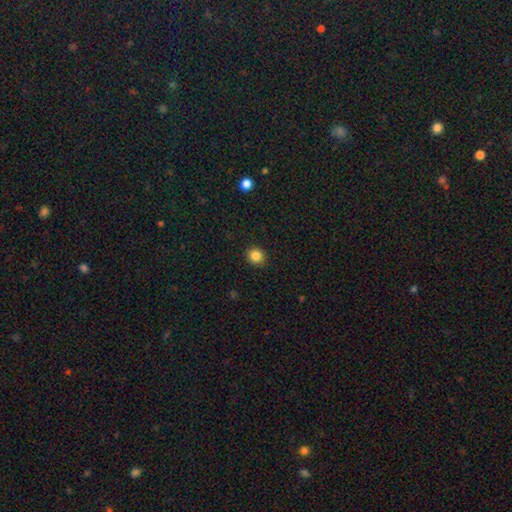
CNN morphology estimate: smooth_or_featured: smooth (p=0.85) [alt: star or artifact p=0.11]
how_rounded: round (p=0.86) [alt: in between p=0.13]
merging: none (p=0.91) [alt: minor disturbance p=0.06]